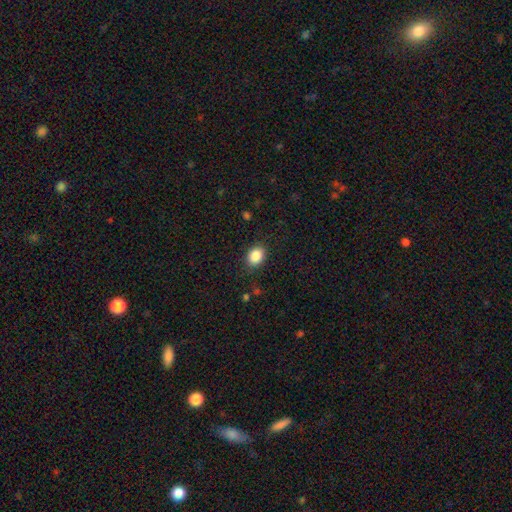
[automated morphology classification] type=smooth (87%); roundness=in between (57%); merging=none (86%).